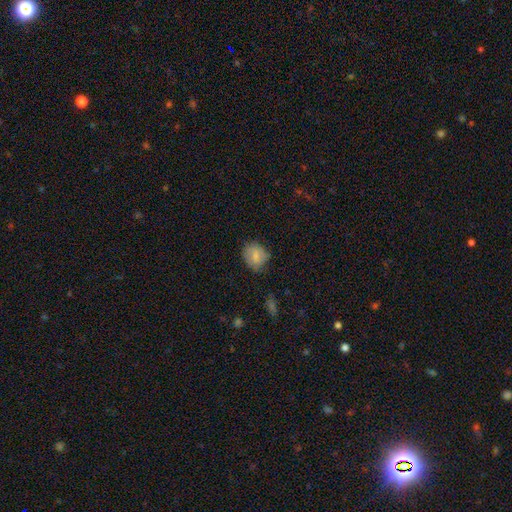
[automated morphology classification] Smooth or featured? Predicted: smooth (p=0.77). How rounded? Predicted: round (p=0.68). Merging? Predicted: none (p=0.68).